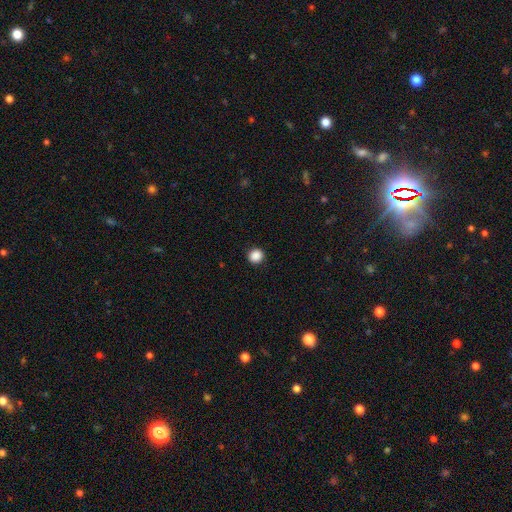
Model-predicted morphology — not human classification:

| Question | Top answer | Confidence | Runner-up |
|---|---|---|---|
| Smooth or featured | smooth | 88% | star or artifact (10%) |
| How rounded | round | 91% | in between (8%) |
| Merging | none | 92% | minor disturbance (6%) |